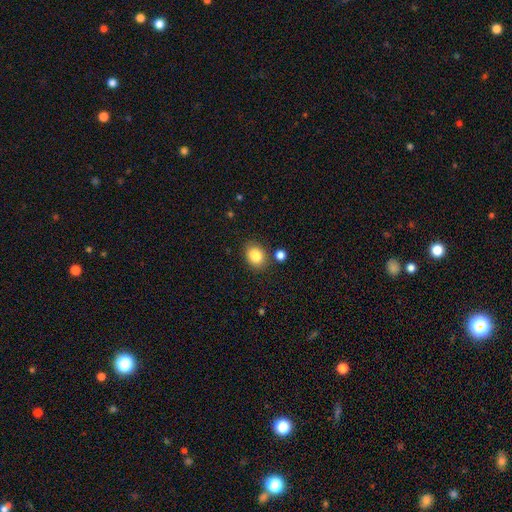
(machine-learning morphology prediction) smooth_or_featured: smooth (p=0.85) [alt: star or artifact p=0.09]
how_rounded: in between (p=0.60) [alt: round p=0.39]
merging: none (p=0.78) [alt: minor disturbance p=0.12]